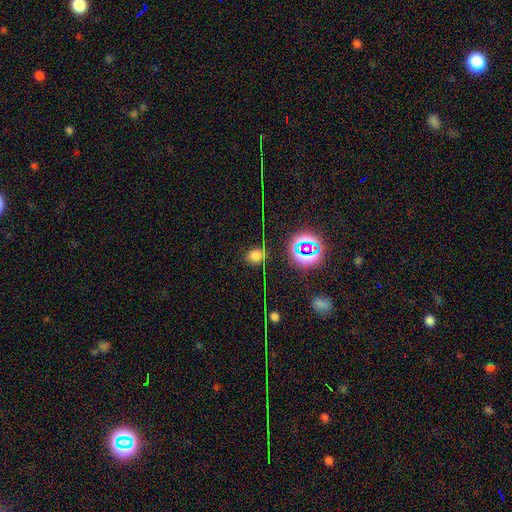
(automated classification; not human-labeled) smooth_or_featured: smooth (p=0.58) [alt: star or artifact p=0.34]
how_rounded: round (p=0.67) [alt: in between p=0.31]
merging: none (p=0.76) [alt: minor disturbance p=0.14]